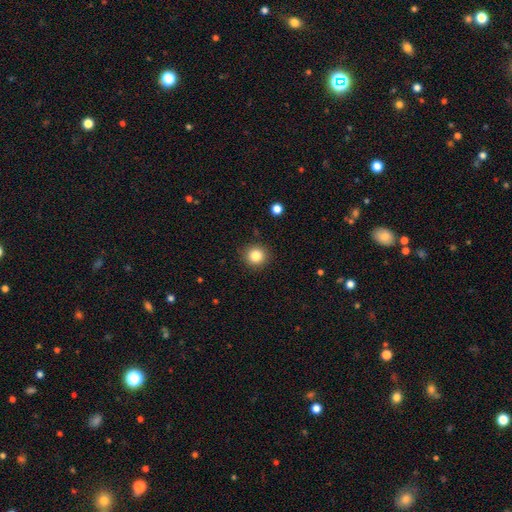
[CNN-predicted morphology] Overall: smooth (83%). How rounded: round (93%). Merging: none (90%).